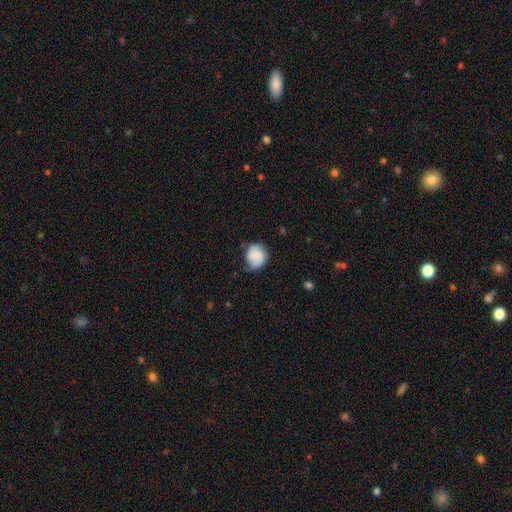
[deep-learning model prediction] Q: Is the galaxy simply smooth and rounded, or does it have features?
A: smooth — 59%.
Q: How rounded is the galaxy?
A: round — 72%.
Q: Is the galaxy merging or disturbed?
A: none — 64%.